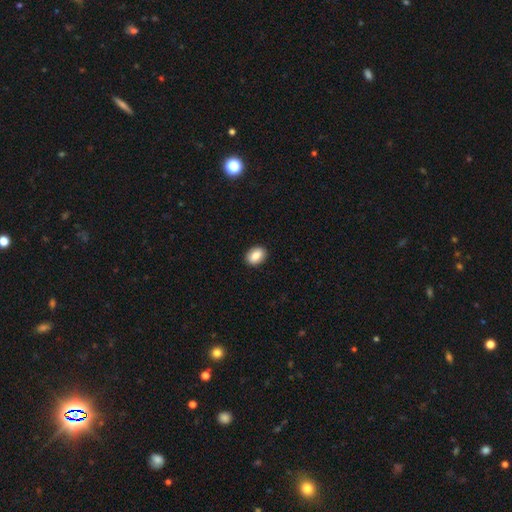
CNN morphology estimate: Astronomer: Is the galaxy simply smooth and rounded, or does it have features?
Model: smooth — 84%.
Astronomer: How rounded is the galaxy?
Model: in between — 69%.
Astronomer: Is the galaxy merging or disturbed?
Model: none — 91%.